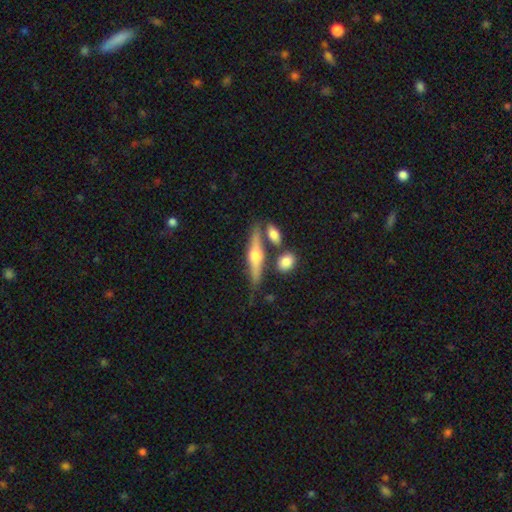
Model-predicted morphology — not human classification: featured or disk 64%, smooth 30%, star or artifact 6%. Down the decision tree: edge-on disk — yes (94%); edge-on bulge — rounded (93%); merging — none (70%).